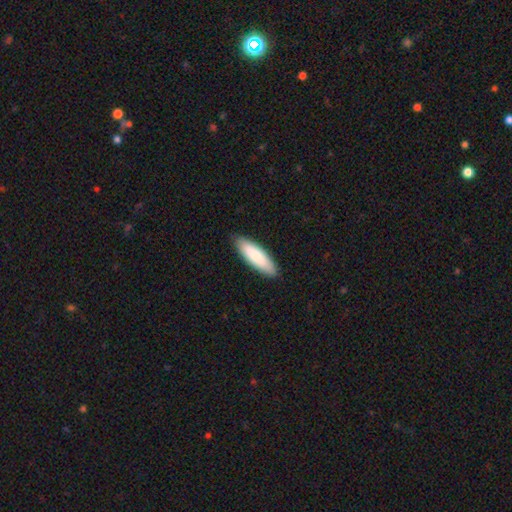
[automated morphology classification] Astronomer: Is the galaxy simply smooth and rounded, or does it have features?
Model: smooth — 84%.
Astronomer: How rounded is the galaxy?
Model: cigar-shaped — 53% (runner-up: in between, 46%).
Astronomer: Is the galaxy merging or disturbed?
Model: none — 88%.